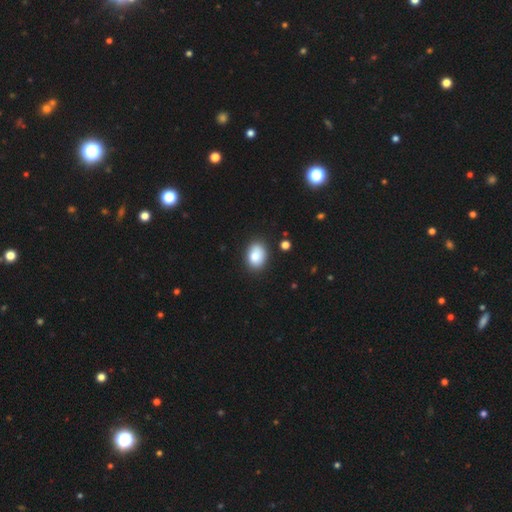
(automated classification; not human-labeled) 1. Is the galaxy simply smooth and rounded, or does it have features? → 85% smooth, 8% star or artifact, 7% featured or disk.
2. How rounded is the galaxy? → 78% in between, 21% round, 1% cigar-shaped.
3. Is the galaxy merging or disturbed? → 83% none, 12% minor disturbance, 3% major disturbance, 2% merger.